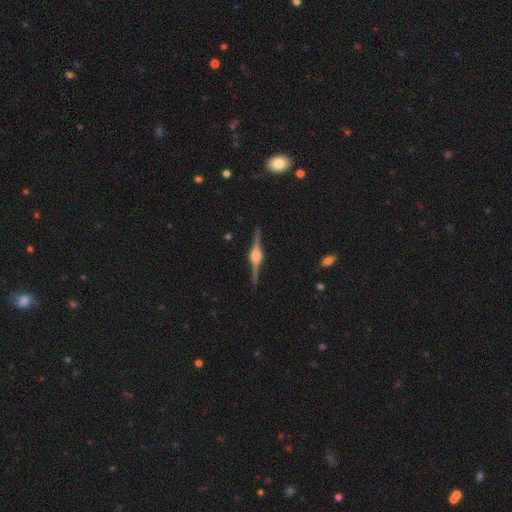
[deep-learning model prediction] A featured or disk galaxy (90%) viewed edge-on (99%) with a rounded central bulge (90%). Merging: none (91%).